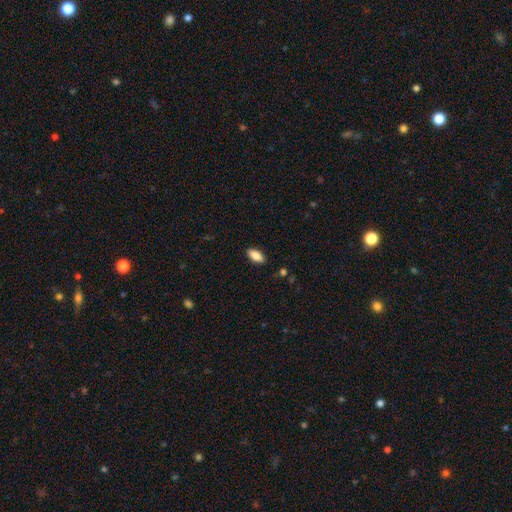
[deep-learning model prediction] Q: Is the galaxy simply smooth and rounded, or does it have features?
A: smooth — 86%.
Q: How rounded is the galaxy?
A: in between — 88%.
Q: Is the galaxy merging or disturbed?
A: none — 89%.